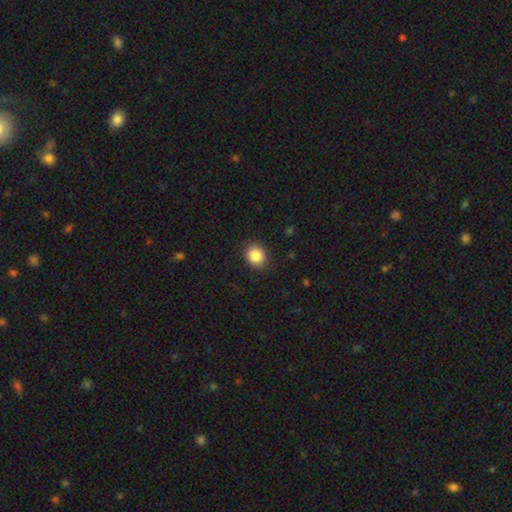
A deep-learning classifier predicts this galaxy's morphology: Smooth or featured? Predicted: smooth (p=0.86). How rounded? Predicted: round (p=0.73). Merging? Predicted: none (p=0.89).